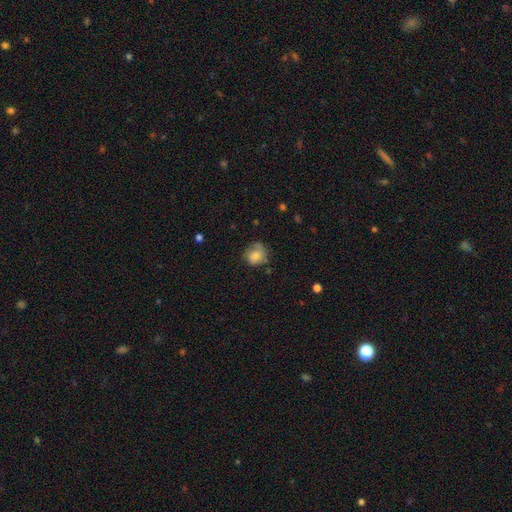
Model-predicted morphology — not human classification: A smooth galaxy with no disk features (74%) that is round (75%).

Vote fractions:
- Smooth or featured? smooth: 74% / featured or disk: 17% / star or artifact: 9%
- How rounded? round: 75% / in between: 24% / cigar-shaped: 1%
- Merging? none: 56% / minor disturbance: 29% / major disturbance: 11% / merger: 4%